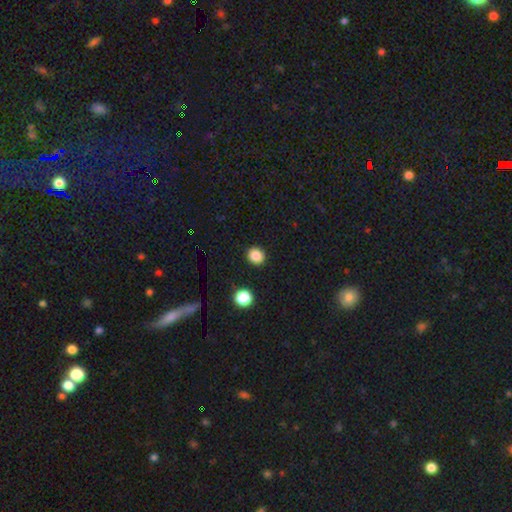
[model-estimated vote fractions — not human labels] smooth_or_featured: smooth (p=0.86) [alt: star or artifact p=0.11]
how_rounded: round (p=0.73) [alt: in between p=0.26]
merging: none (p=0.91) [alt: minor disturbance p=0.06]